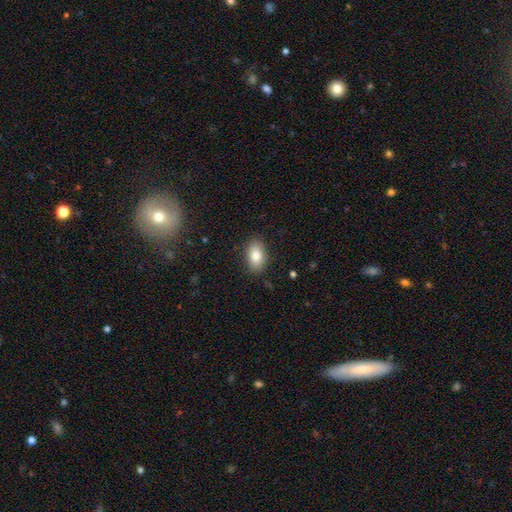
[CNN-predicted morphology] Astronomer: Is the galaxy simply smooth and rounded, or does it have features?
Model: smooth — 81%.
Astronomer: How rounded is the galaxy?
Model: in between — 90%.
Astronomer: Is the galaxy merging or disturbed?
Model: none — 87%.